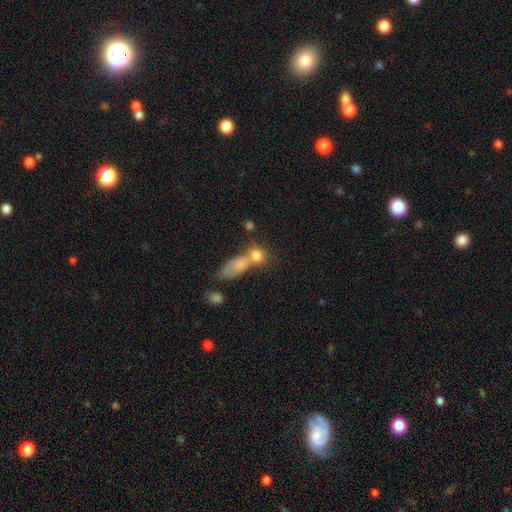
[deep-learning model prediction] smooth-or-featured: smooth: 77% | featured or disk: 13% | star or artifact: 10%
  how-rounded: round: 47% (tied) | in between: 47% (tied) | cigar-shaped: 6%
  merging: merger: 50% | none: 34% | minor disturbance: 10% | major disturbance: 6%